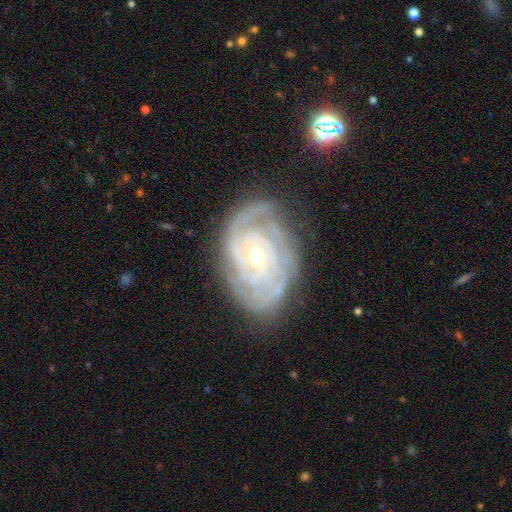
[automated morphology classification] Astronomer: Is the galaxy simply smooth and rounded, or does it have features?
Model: featured or disk — 89%.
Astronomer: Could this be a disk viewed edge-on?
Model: no — 96%.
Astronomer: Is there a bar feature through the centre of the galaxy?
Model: no — 63%.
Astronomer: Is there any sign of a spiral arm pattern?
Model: yes — 97%.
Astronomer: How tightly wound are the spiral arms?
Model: tight — 80%.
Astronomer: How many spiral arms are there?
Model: can't tell — 29% (runner-up: 3, 24%).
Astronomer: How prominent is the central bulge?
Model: small — 49% (runner-up: moderate, 48%).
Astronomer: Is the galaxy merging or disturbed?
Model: none — 74%.